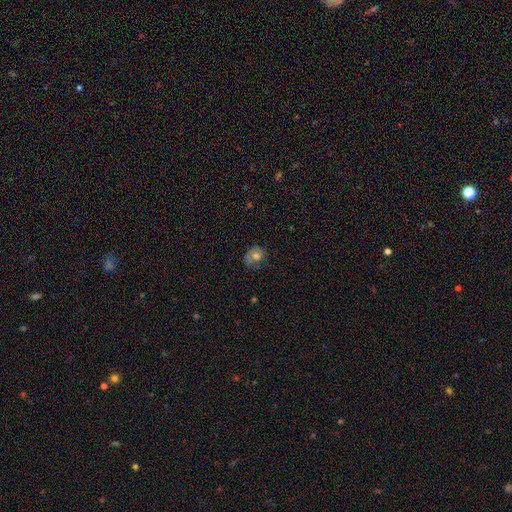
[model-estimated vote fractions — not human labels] A smooth galaxy with no disk features (67%) that is round (62%). Merging: none (56%).